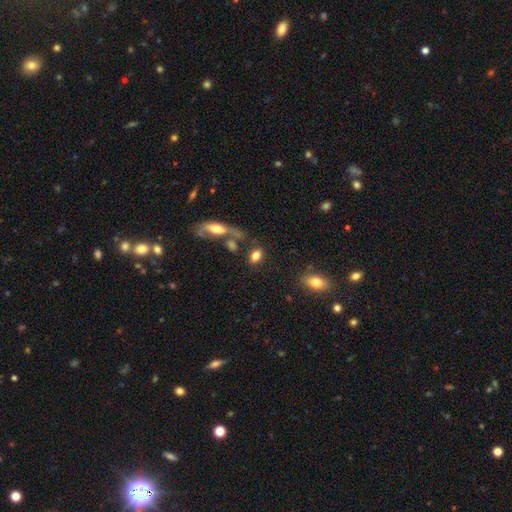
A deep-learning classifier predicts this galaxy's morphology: smooth_or_featured: smooth (p=0.80) [alt: featured or disk p=0.11]
how_rounded: in between (p=0.78) [alt: round p=0.19]
merging: none (p=0.64) [alt: merger p=0.16]